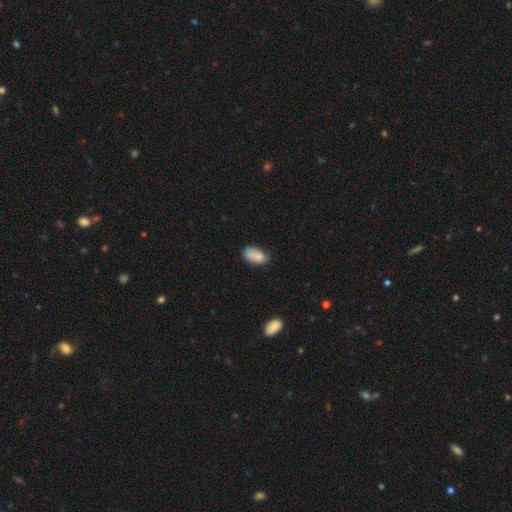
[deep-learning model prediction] Morphology: type=smooth (82%); roundness=in between (92%); merging=none (57%).